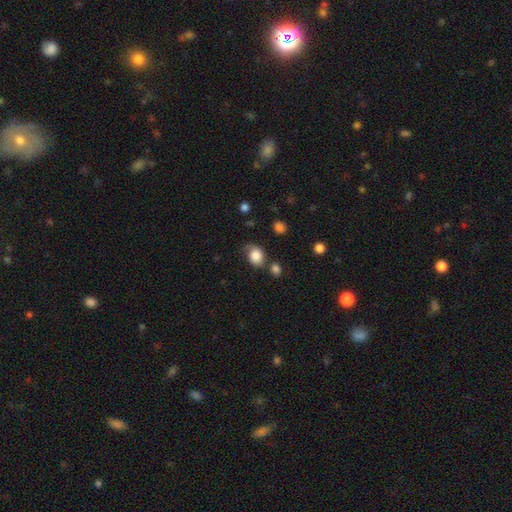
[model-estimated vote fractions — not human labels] smooth-or-featured: smooth: 82% | featured or disk: 9% | star or artifact: 9%
  how-rounded: round: 51% | in between: 49% | cigar-shaped: 1%
  merging: none: 55% | minor disturbance: 27% | major disturbance: 10% | merger: 8%